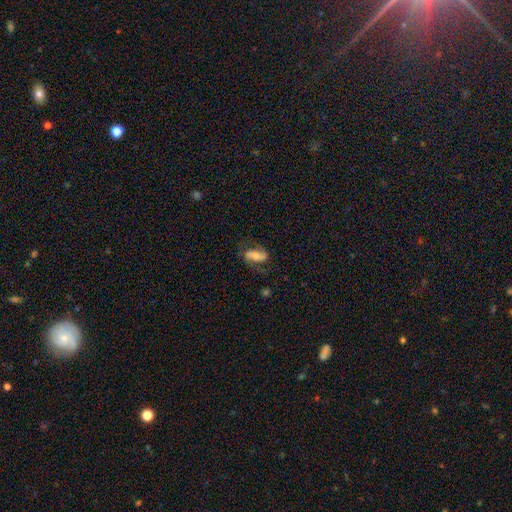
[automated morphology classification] type=featured or disk (63%); edge-on=no (94%); bar=strong (38%); spiral arms=yes (90%); winding=loose (42%); arm count=2 (88%); bulge=moderate (41%); merging=none (68%).